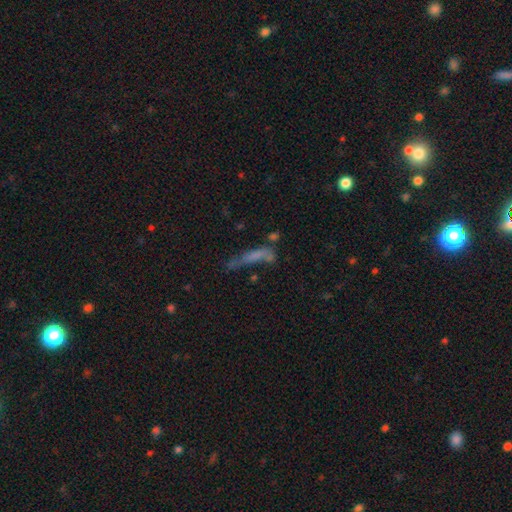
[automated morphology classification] Smooth or featured: smooth — 52% (featured or disk — 30%)
How rounded: cigar-shaped — 76% (in between — 20%)
Merging: none — 34% (major disturbance — 25%)